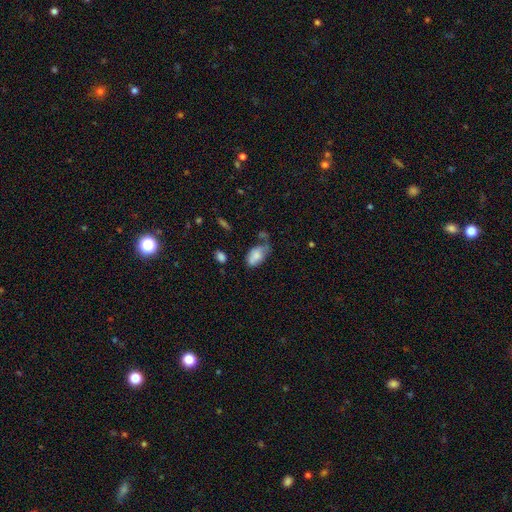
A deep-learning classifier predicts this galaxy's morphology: Smooth or featured: smooth — 75% (featured or disk — 16%)
How rounded: in between — 92% (round — 6%)
Merging: minor disturbance — 35% (none — 33%)